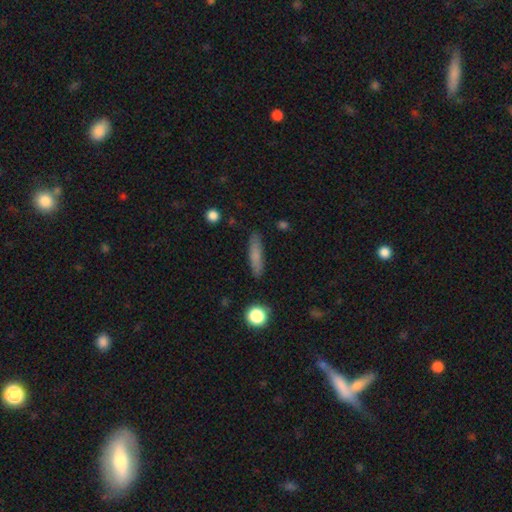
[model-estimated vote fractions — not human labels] The model was most divided on "how rounded": cigar-shaped: 79%, in between: 19%, round: 3%. More confident: merging — none (86%); smooth or featured — smooth (78%).